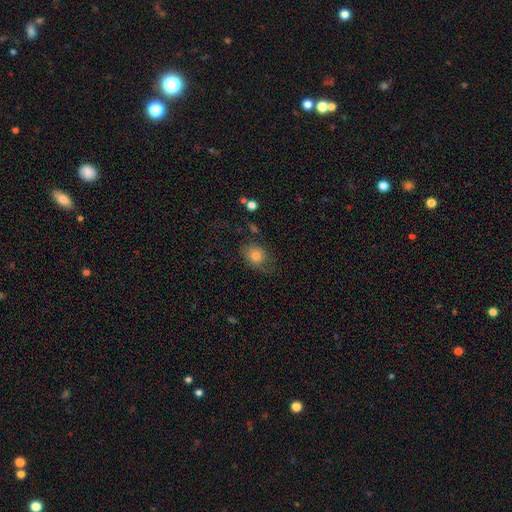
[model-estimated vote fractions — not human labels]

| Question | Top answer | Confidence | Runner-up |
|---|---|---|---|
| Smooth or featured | smooth | 77% | featured or disk (13%) |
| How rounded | round | 50% | in between (49%) |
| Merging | none | 59% | minor disturbance (26%) |